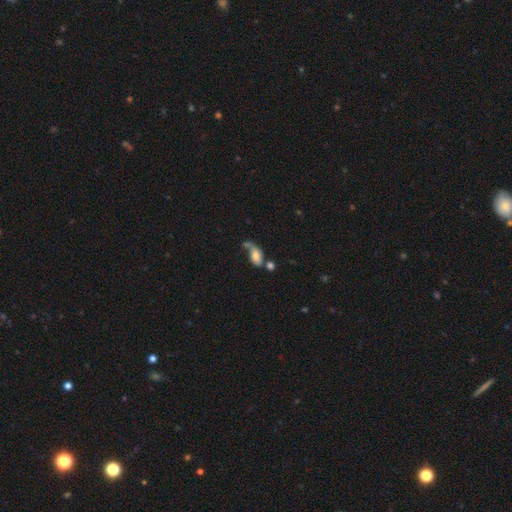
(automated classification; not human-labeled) The model was most divided on "merging": merger: 33%, major disturbance: 26%, none: 24%, minor disturbance: 17%. More confident: how rounded — in between (84%); smooth or featured — smooth (61%).